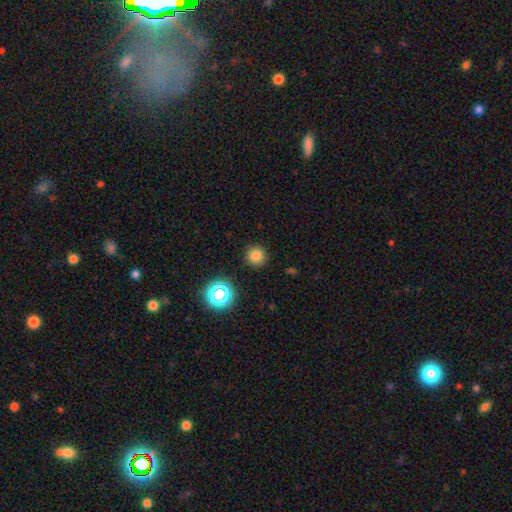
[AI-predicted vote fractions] Q: Smooth or featured?
A: smooth (78%); runner-up: star or artifact (16%)
Q: How rounded?
A: round (93%); runner-up: in between (6%)
Q: Merging?
A: none (90%); runner-up: minor disturbance (6%)